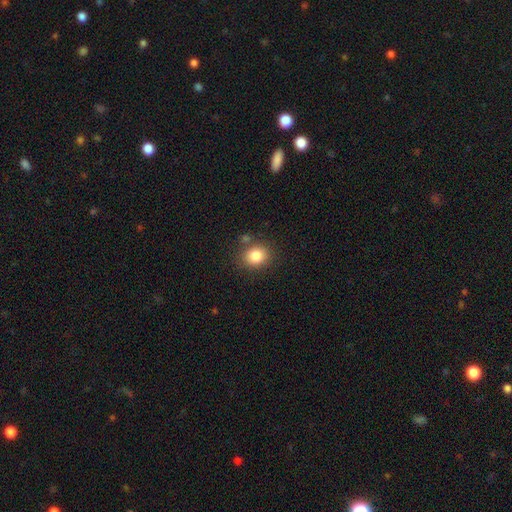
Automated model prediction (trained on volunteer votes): Q: Smooth or featured?
A: smooth (83%); runner-up: star or artifact (10%)
Q: How rounded?
A: round (62%); runner-up: in between (37%)
Q: Merging?
A: none (78%); runner-up: minor disturbance (11%)